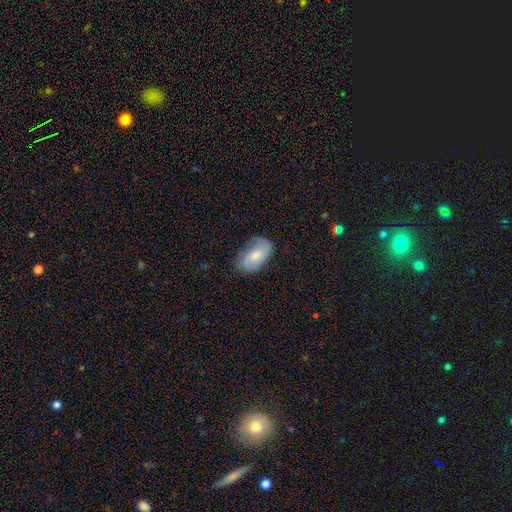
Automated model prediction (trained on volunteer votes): Smooth or featured: smooth — 61% (featured or disk — 33%)
How rounded: in between — 93% (round — 5%)
Merging: none — 66% (minor disturbance — 25%)